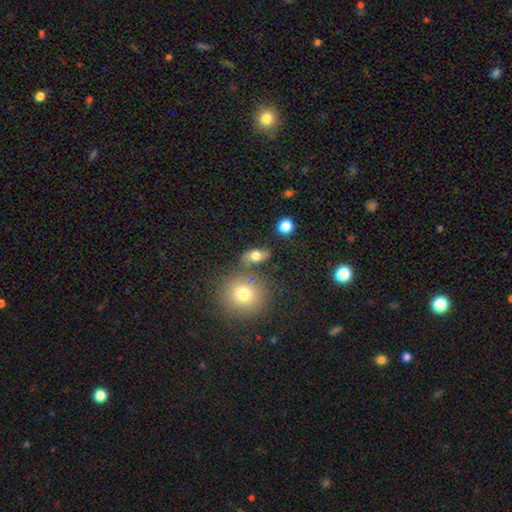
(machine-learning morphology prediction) type=smooth (66%); roundness=in between (73%); merging=none (63%).